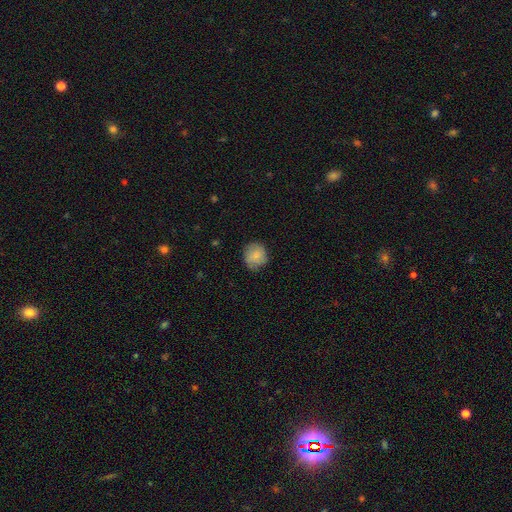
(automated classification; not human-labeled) Overall: smooth (82%). How rounded: round (84%). Merging: none (77%).